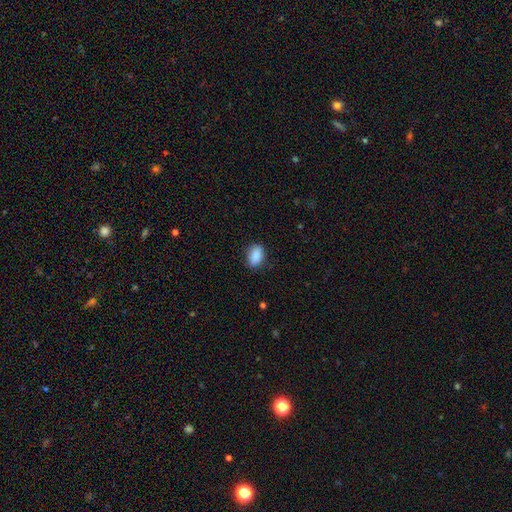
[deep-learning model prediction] A smooth galaxy with no disk features (89%) that is in between round and cigar-shaped (89%).

Vote fractions:
- Smooth or featured? smooth: 89% / star or artifact: 7% / featured or disk: 4%
- How rounded? in between: 89% / round: 9% / cigar-shaped: 2%
- Merging? none: 85% / minor disturbance: 11% / major disturbance: 3% / merger: 1%